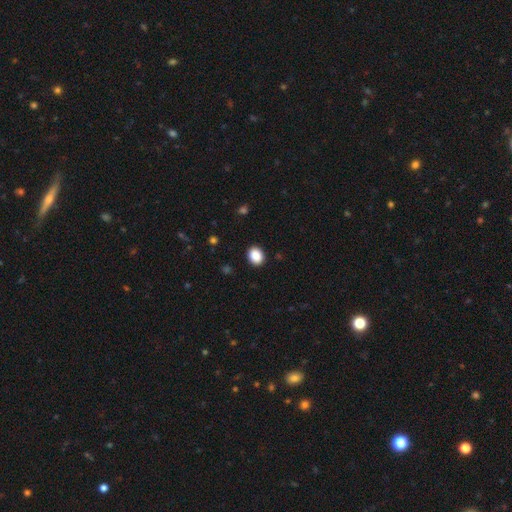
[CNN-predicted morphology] type=smooth (89%); roundness=in between (52%); merging=none (90%).